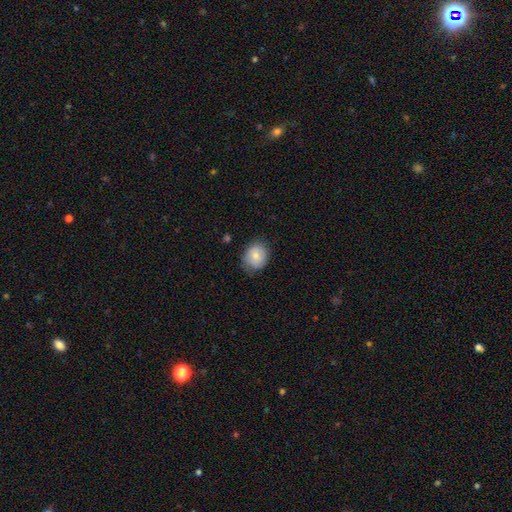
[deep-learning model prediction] Q: Smooth or featured?
A: smooth (75%); runner-up: featured or disk (17%)
Q: How rounded?
A: round (61%); runner-up: in between (38%)
Q: Merging?
A: none (71%); runner-up: minor disturbance (23%)